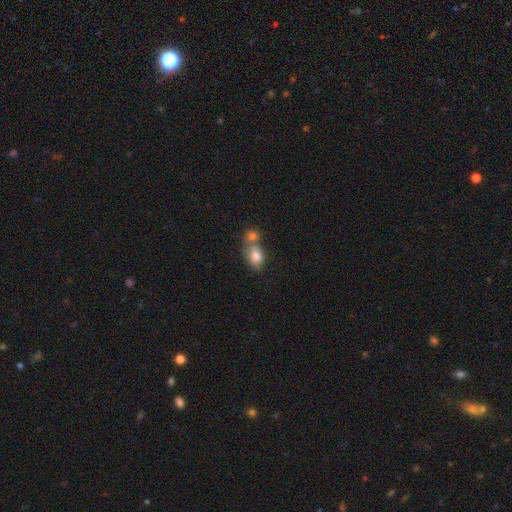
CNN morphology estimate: Smooth or featured? Predicted: smooth (p=0.81). How rounded? Predicted: in between (p=0.79). Merging? Predicted: merger (p=0.54).